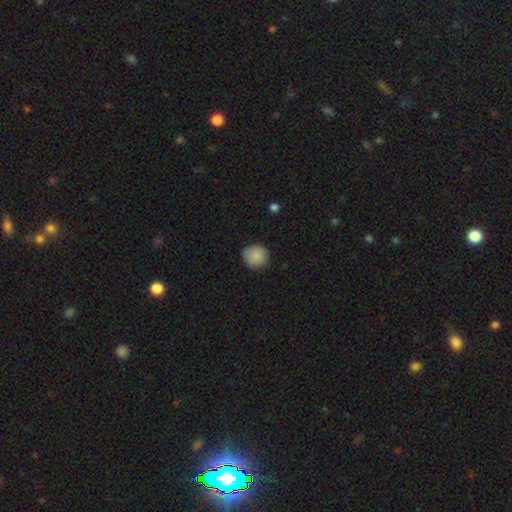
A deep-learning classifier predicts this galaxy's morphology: Overall: smooth (86%). How rounded: round (88%). Merging: none (81%).